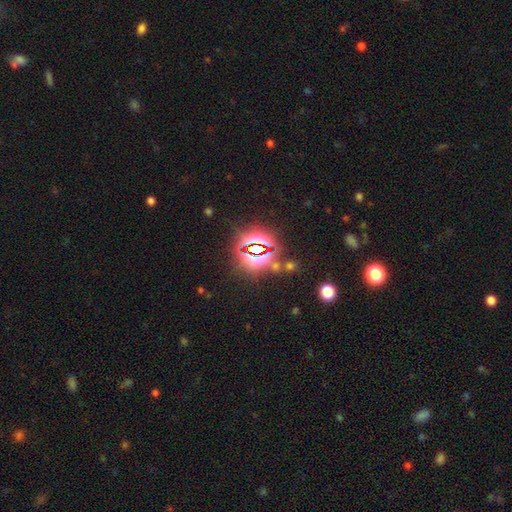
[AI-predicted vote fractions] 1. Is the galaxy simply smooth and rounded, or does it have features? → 80% star or artifact, 11% smooth, 8% featured or disk.